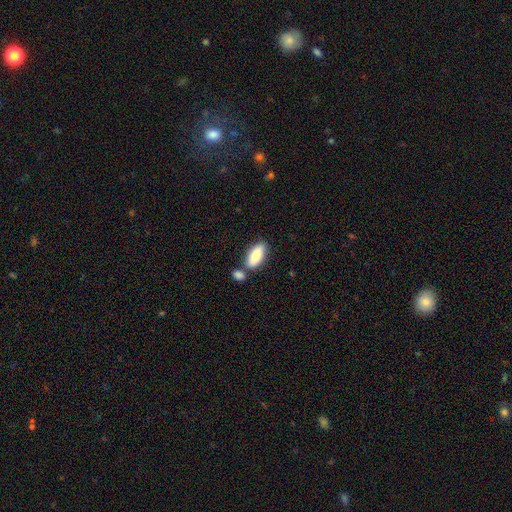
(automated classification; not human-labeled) This appears to be a smooth galaxy with no disk features (83%) that is in between round and cigar-shaped (87%). Merging: none (62%).